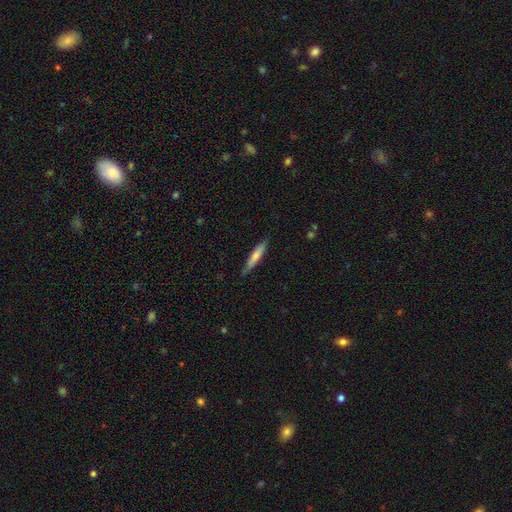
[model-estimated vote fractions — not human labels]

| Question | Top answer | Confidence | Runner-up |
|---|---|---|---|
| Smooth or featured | smooth | 69% | featured or disk (25%) |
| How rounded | cigar-shaped | 89% | in between (9%) |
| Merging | none | 81% | minor disturbance (16%) |